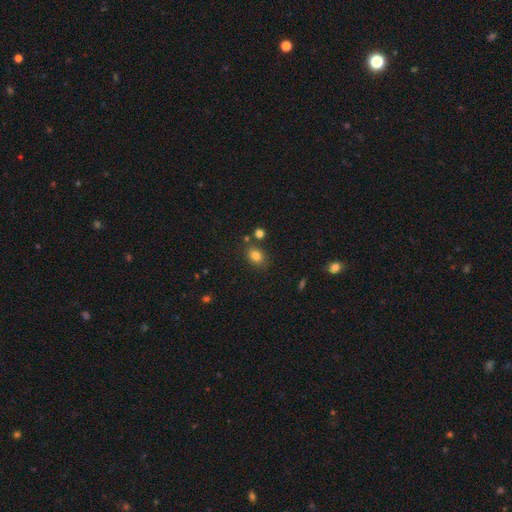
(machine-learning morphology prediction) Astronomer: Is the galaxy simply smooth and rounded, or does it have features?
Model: smooth — 80%.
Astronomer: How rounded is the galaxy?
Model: in between — 62%.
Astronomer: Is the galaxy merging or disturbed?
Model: none — 75%.